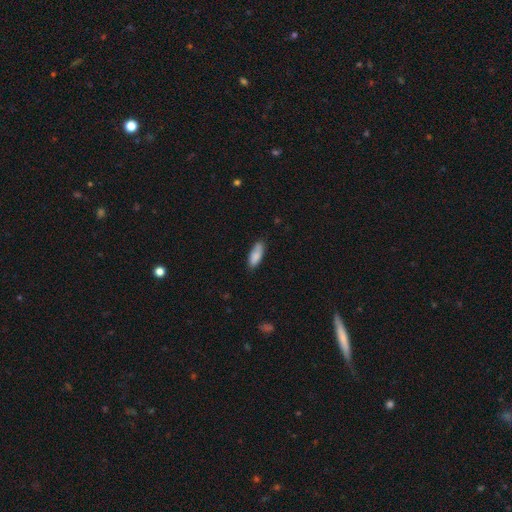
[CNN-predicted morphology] A smooth galaxy with no disk features (84%) that is in between round and cigar-shaped (71%).

Vote fractions:
- Smooth or featured? smooth: 84% / featured or disk: 9% / star or artifact: 7%
- How rounded? in between: 71% / cigar-shaped: 27% / round: 2%
- Merging? none: 72% / minor disturbance: 21% / major disturbance: 4% / merger: 3%